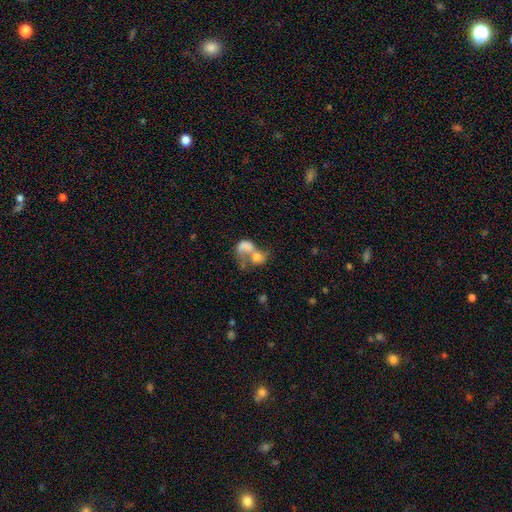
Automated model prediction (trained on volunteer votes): smooth 53%, featured or disk 33%, star or artifact 14%. Down the decision tree: how rounded — in between (56%); merging — merger (70%).